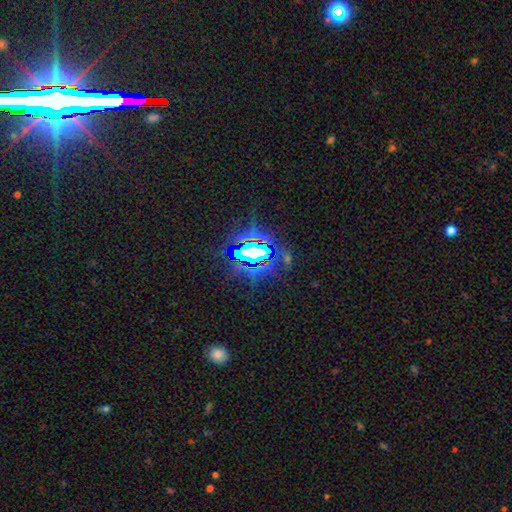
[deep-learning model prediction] Smooth or featured?
  - star or artifact: 75% *
  - featured or disk: 13%
  - smooth: 12%